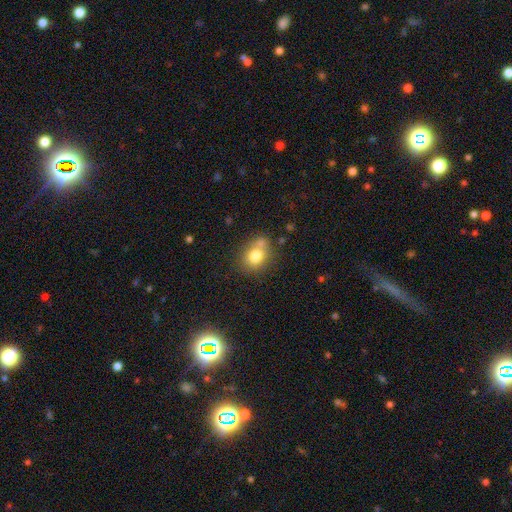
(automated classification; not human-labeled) A smooth galaxy with no disk features (77%) that is round (56%).

Vote fractions:
- Smooth or featured? smooth: 77% / featured or disk: 12% / star or artifact: 11%
- How rounded? round: 56% / in between: 43% / cigar-shaped: 1%
- Merging? none: 57% / merger: 22% / minor disturbance: 16% / major disturbance: 5%